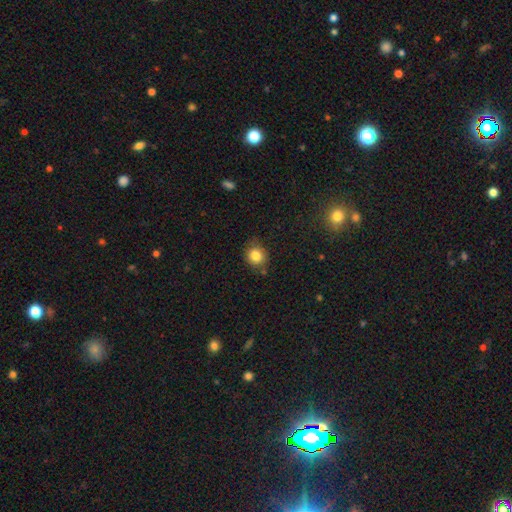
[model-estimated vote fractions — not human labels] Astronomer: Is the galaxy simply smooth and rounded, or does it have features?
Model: smooth — 83%.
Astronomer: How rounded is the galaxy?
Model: round — 79%.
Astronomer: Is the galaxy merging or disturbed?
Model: none — 77%.